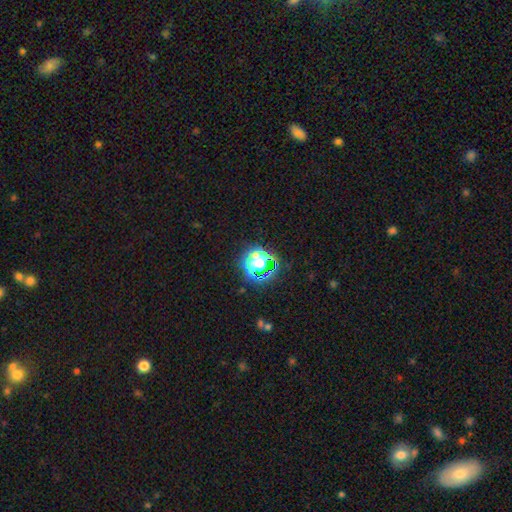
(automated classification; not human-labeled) Smooth or featured?
  - star or artifact: 58% *
  - smooth: 31%
  - featured or disk: 10%